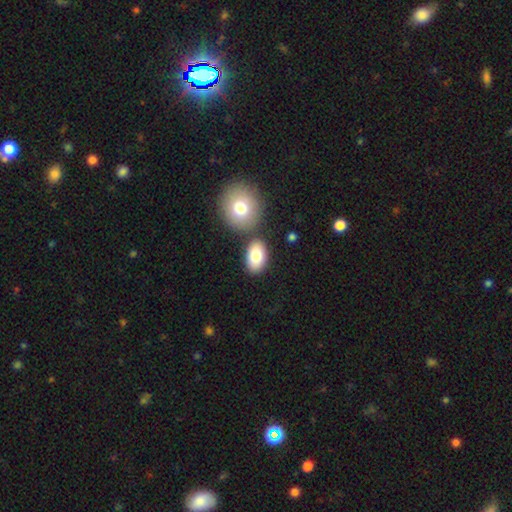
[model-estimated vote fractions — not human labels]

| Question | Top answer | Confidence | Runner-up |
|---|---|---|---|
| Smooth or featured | smooth | 82% | featured or disk (11%) |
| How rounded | in between | 88% | round (10%) |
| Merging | none | 72% | merger (14%) |